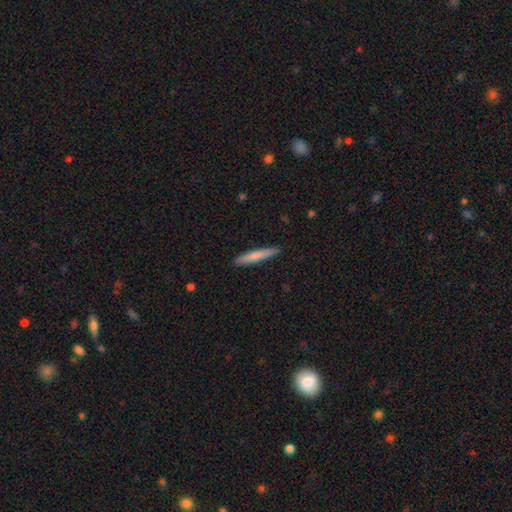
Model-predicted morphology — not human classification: type=smooth (73%); roundness=cigar-shaped (94%); merging=none (90%).